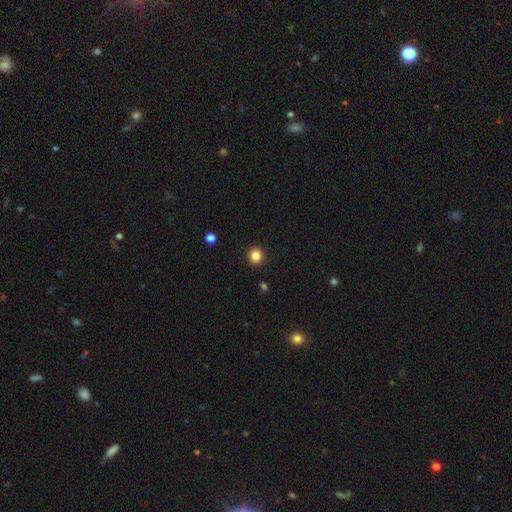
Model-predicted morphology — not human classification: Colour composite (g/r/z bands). It shows a smooth galaxy with no disk features (84%) that is round (89%). Merging: none (92%).